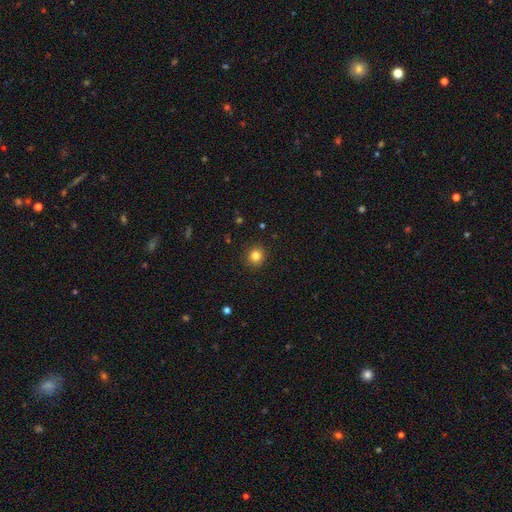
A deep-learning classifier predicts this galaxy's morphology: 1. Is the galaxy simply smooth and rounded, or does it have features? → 82% smooth, 12% star or artifact, 5% featured or disk.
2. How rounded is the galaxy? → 91% round, 8% in between, 1% cigar-shaped.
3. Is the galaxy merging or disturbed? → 91% none, 6% minor disturbance, 2% major disturbance, 1% merger.